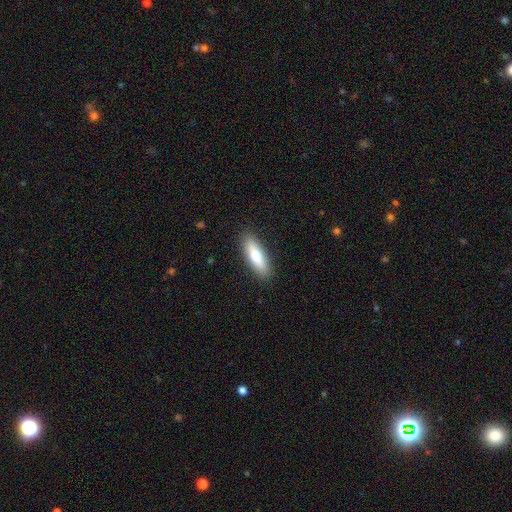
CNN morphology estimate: Overall: smooth (68%). How rounded: in between (50%; cigar-shaped 48%). Merging: none (89%).